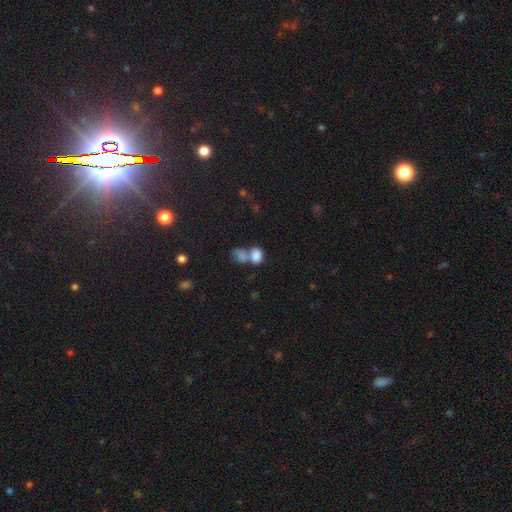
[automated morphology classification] Q: Smooth or featured?
A: smooth (80%); runner-up: star or artifact (10%)
Q: How rounded?
A: in between (70%); runner-up: round (29%)
Q: Merging?
A: merger (60%); runner-up: none (24%)